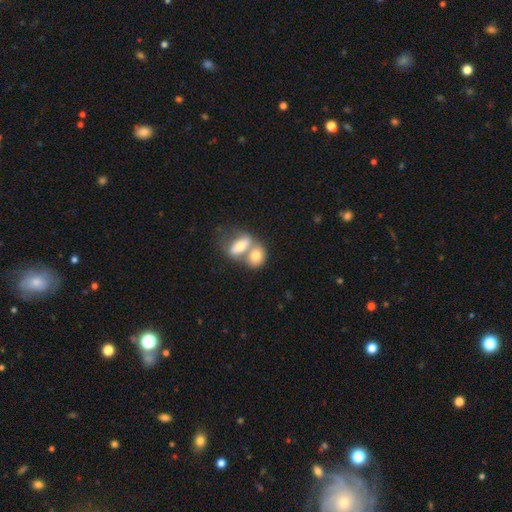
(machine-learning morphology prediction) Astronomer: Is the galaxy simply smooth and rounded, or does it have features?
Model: smooth — 71%.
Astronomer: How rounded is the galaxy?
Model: in between — 69%.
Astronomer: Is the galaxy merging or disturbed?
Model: merger — 69%.